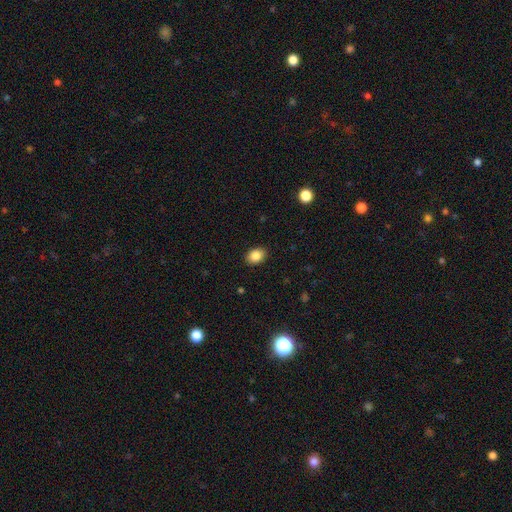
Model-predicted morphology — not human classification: Q: Smooth or featured?
A: smooth (86%); runner-up: star or artifact (9%)
Q: How rounded?
A: in between (70%); runner-up: round (29%)
Q: Merging?
A: none (90%); runner-up: minor disturbance (8%)